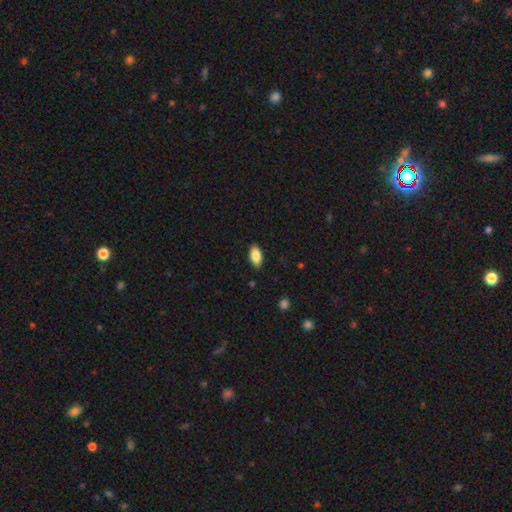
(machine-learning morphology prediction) A smooth galaxy with no disk features (84%) that is in between round and cigar-shaped (91%). Merging: none (88%).